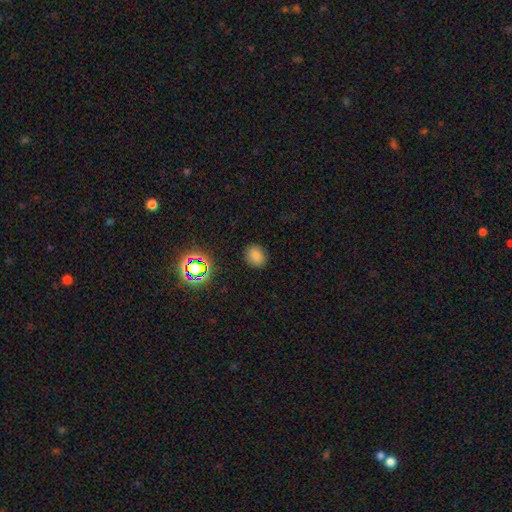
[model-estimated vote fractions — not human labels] Q: Smooth or featured?
A: smooth (77%); runner-up: star or artifact (18%)
Q: How rounded?
A: round (60%); runner-up: in between (39%)
Q: Merging?
A: none (87%); runner-up: minor disturbance (9%)